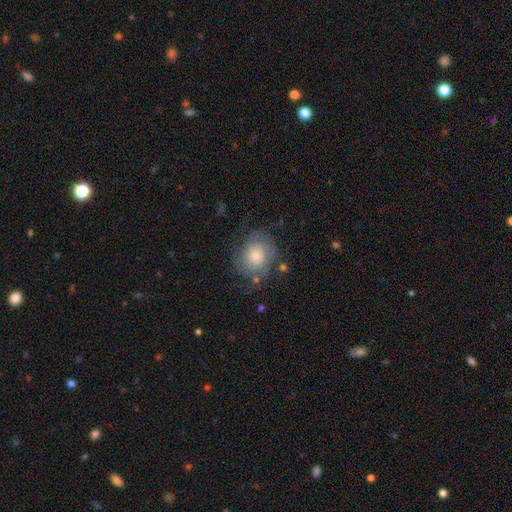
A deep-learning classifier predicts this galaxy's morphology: This appears to be a featured or disk galaxy (57%) with no bar (82%), spiral arms (83%) and a moderate central bulge (50%). Merging: none (68%).